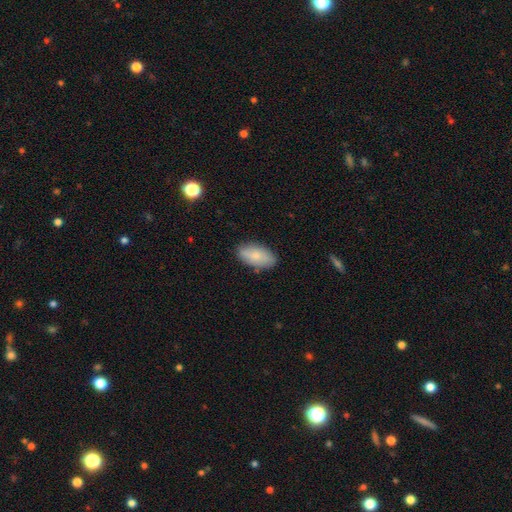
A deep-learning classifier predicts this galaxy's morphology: type=smooth (79%); roundness=in between (93%); merging=none (82%).